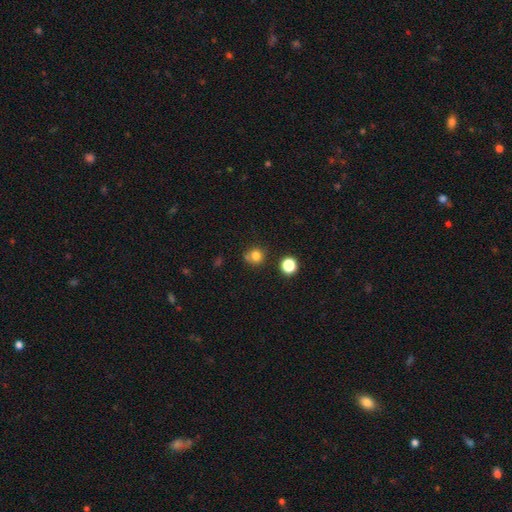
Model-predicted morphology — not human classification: Smooth or featured? smooth (79%)
How rounded? round (87%)
Merging? none (66%)